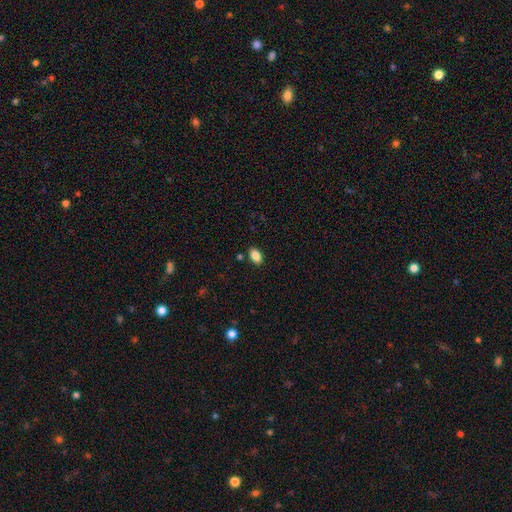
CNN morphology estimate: A smooth galaxy with no disk features (86%) that is in between round and cigar-shaped (90%).

Vote fractions:
- Smooth or featured? smooth: 86% / star or artifact: 9% / featured or disk: 5%
- How rounded? in between: 90% / round: 9% / cigar-shaped: 2%
- Merging? none: 87% / minor disturbance: 9% / merger: 2% / major disturbance: 2%